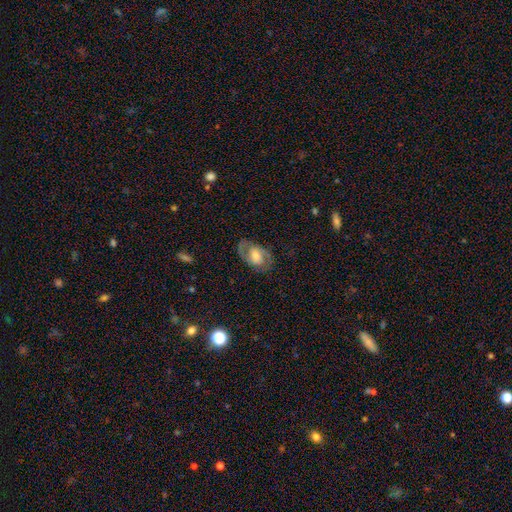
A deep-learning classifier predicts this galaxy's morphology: A featured or disk galaxy (65%) with no bar (47%), spiral arms (78%) and a moderate central bulge (49%). Merging: none (77%).